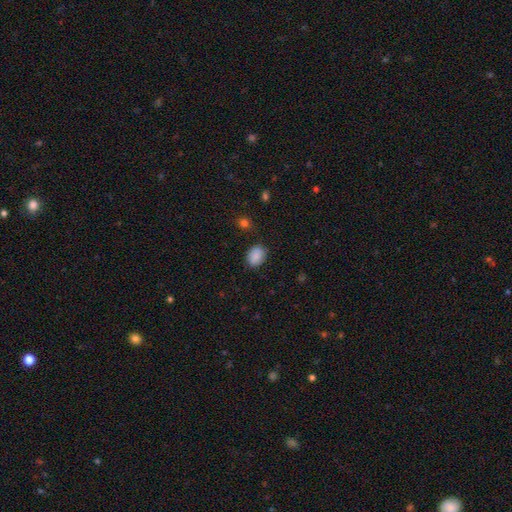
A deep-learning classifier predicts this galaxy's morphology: Overall: smooth (89%). How rounded: in between (62%; round 37%). Merging: none (83%).